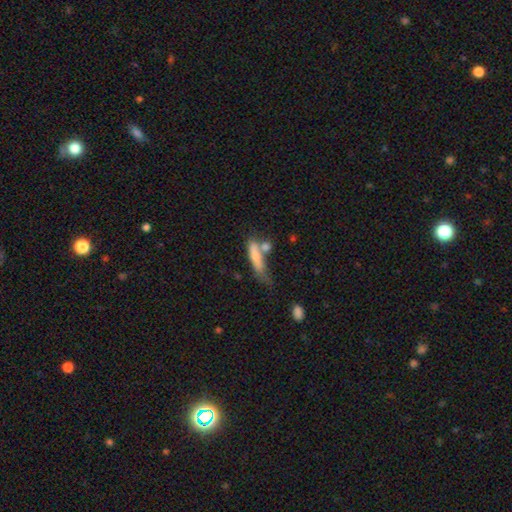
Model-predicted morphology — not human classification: smooth 68%, featured or disk 24%, star or artifact 8%. Down the decision tree: how rounded — cigar-shaped (70%); merging — none (34%).